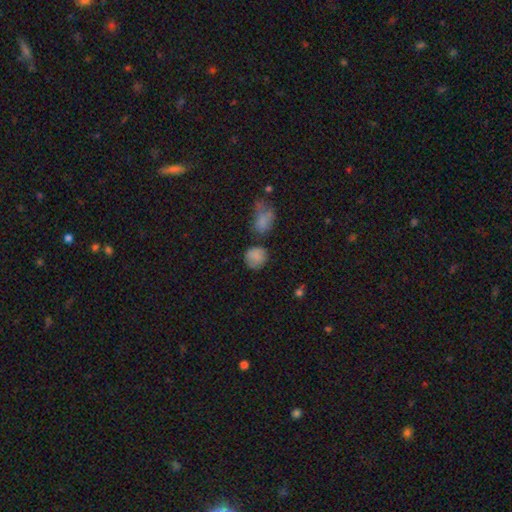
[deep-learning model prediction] Smooth or featured?
  - smooth: 80% *
  - star or artifact: 11%
  - featured or disk: 9%
How rounded?
  - round: 77% *
  - in between: 22%
  - cigar-shaped: 1%
Merging?
  - none: 61% *
  - minor disturbance: 19%
  - merger: 12%
  - major disturbance: 7%